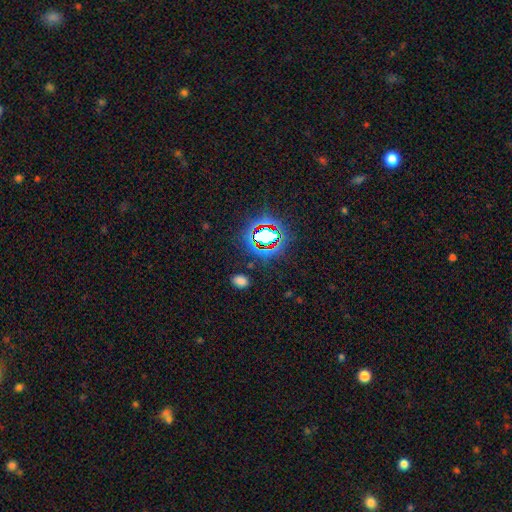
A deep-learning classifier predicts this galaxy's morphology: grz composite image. It shows a star or artifact, not a galaxy (77%).